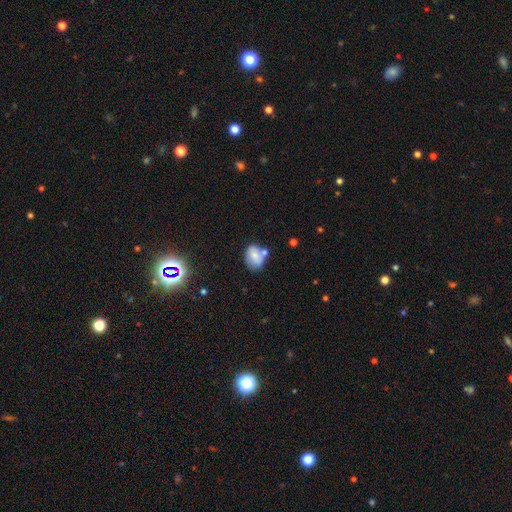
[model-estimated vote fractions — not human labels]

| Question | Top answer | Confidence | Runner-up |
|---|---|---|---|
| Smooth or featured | smooth | 67% | featured or disk (24%) |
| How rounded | in between | 66% | round (32%) |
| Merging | none | 44% | merger (28%) |